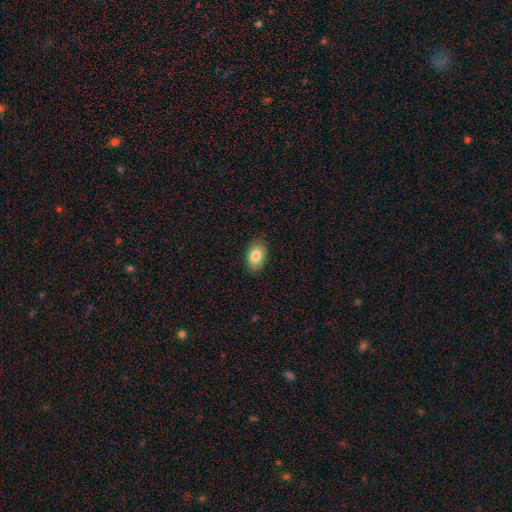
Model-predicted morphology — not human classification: smooth-or-featured: smooth: 84% | featured or disk: 9% | star or artifact: 7%
  how-rounded: in between: 91% | round: 8% | cigar-shaped: 1%
  merging: none: 87% | minor disturbance: 10% | major disturbance: 2% | merger: 1%